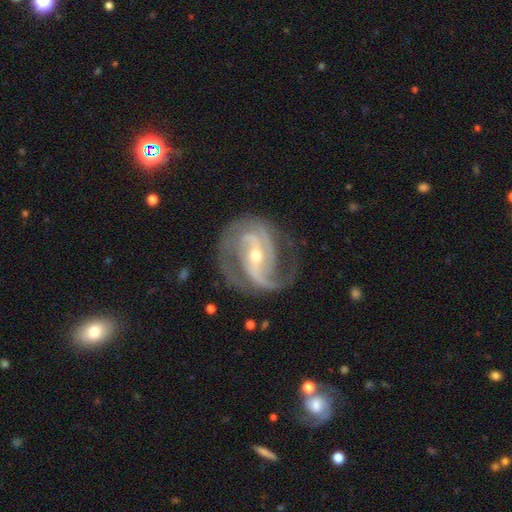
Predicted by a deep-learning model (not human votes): This appears to be a featured or disk galaxy (91%) with a strong bar (45%), 2 (68%) medium (52%) spiral arms (98%) and a small central bulge (53%). Merging: none (68%).